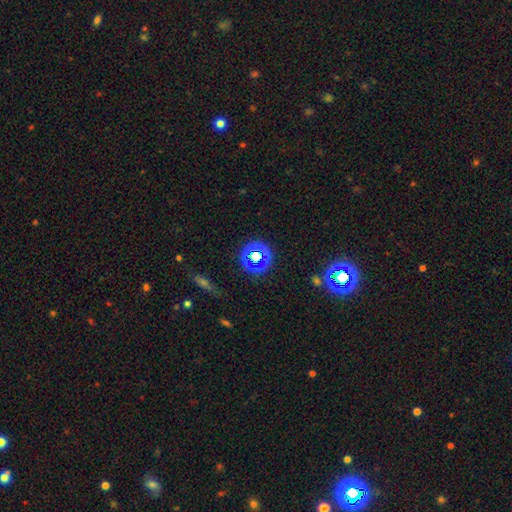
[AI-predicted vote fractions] star or artifact 62%, smooth 28%, featured or disk 10%.